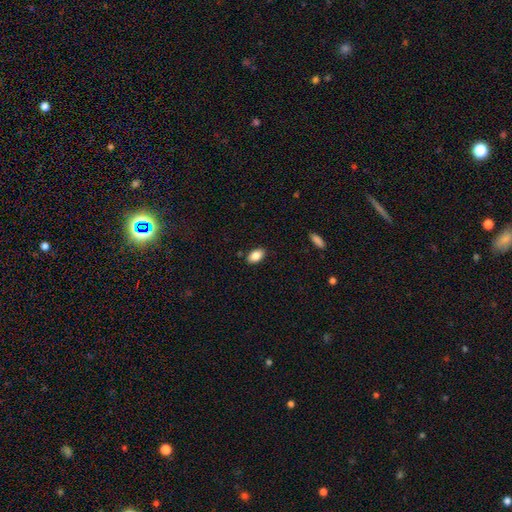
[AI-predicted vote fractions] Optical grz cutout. It shows a smooth galaxy with no disk features (86%) that is in between round and cigar-shaped (92%). Merging: none (87%).